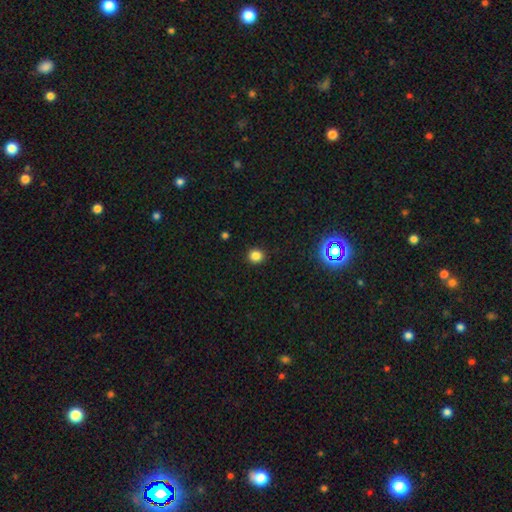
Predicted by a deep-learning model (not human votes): This appears to be a smooth galaxy with no disk features (82%) that is round (90%). Merging: none (92%).